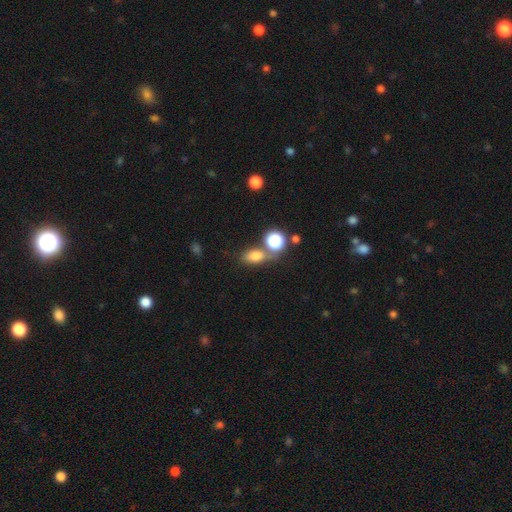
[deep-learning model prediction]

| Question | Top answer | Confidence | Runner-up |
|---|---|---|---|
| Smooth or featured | smooth | 75% | star or artifact (16%) |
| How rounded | in between | 75% | round (20%) |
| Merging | none | 57% | merger (23%) |